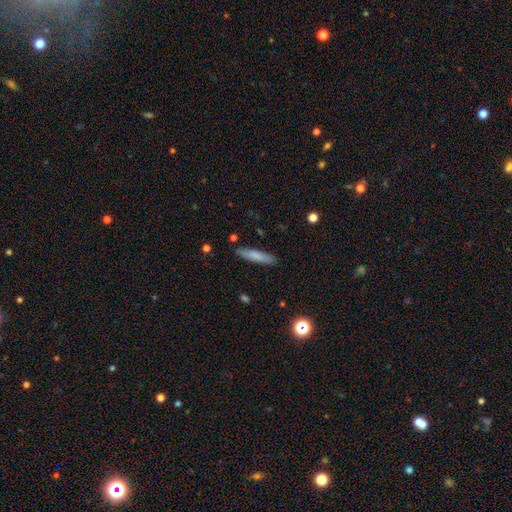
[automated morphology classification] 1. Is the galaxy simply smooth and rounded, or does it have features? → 78% smooth, 16% featured or disk, 7% star or artifact.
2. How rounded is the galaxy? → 83% cigar-shaped, 15% in between, 1% round.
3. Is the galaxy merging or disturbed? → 88% none, 9% minor disturbance, 2% major disturbance, 1% merger.